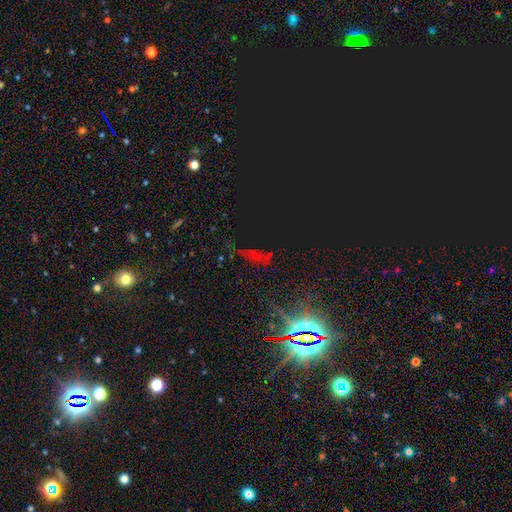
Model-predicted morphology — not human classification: Smooth or featured: star or artifact — 71% (smooth — 17%)